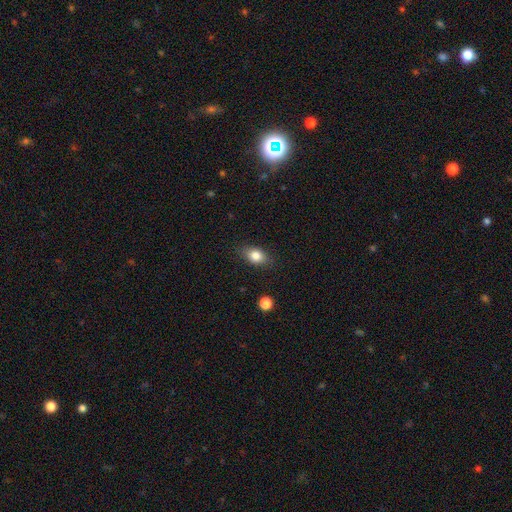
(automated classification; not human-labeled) This is clearly a smooth galaxy (81%). How rounded: likely in between (77%). Merging: clearly none (82%).